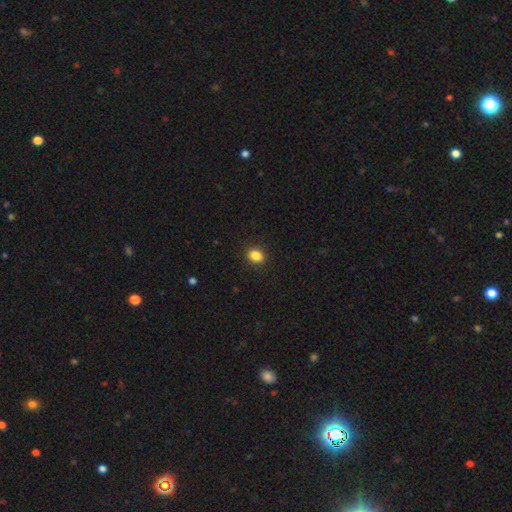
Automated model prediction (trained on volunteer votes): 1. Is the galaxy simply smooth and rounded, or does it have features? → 86% smooth, 11% star or artifact, 4% featured or disk.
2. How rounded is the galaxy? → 54% in between, 45% round, 1% cigar-shaped.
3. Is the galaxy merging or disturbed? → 89% none, 8% minor disturbance, 2% major disturbance, 1% merger.